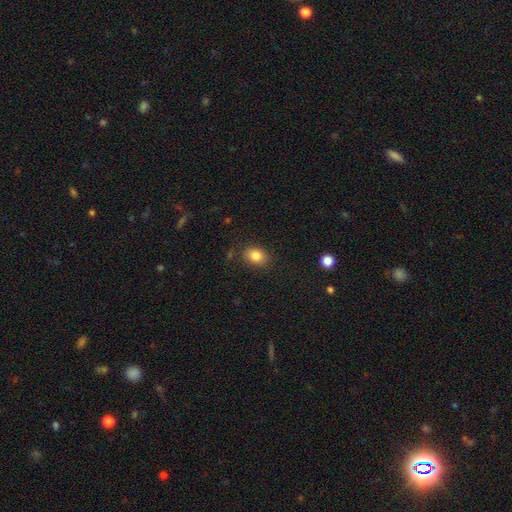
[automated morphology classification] Smooth or featured? Predicted: smooth (p=0.84). How rounded? Predicted: in between (p=0.60). Merging? Predicted: none (p=0.82).